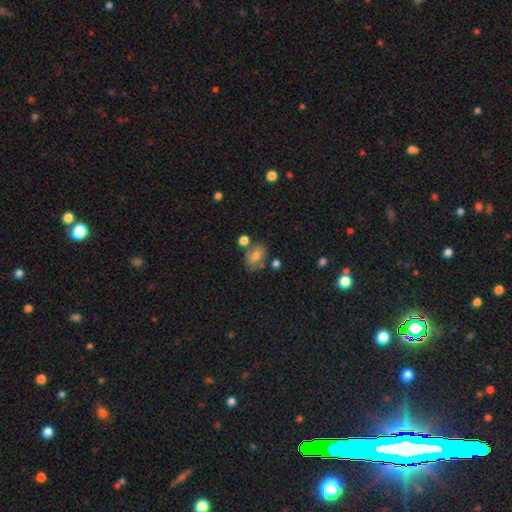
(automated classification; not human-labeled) Overall: smooth (72%). How rounded: in between (68%; round 31%). Merging: none (65%).